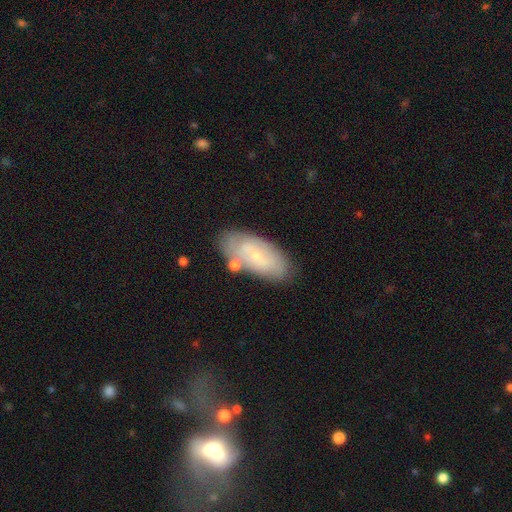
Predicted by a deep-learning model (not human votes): Overall: smooth (48%; featured or disk 44%). Merging: none (72%).